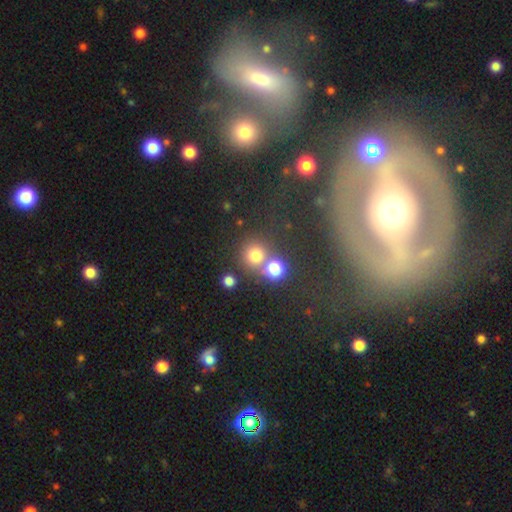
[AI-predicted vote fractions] smooth-or-featured: smooth: 71% | star or artifact: 20% | featured or disk: 8%
  how-rounded: round: 90% | in between: 9% | cigar-shaped: 1%
  merging: none: 58% | merger: 31% | minor disturbance: 7% | major disturbance: 4%